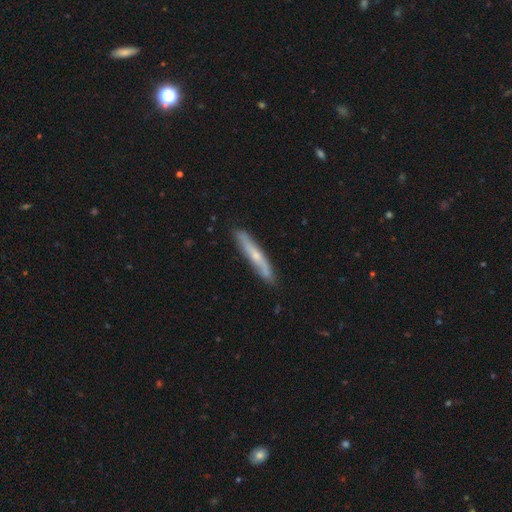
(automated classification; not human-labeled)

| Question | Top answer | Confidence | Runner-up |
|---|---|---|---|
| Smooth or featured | featured or disk | 54% | smooth (40%) |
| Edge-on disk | yes | 78% | no (22%) |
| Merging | none | 85% | minor disturbance (12%) |